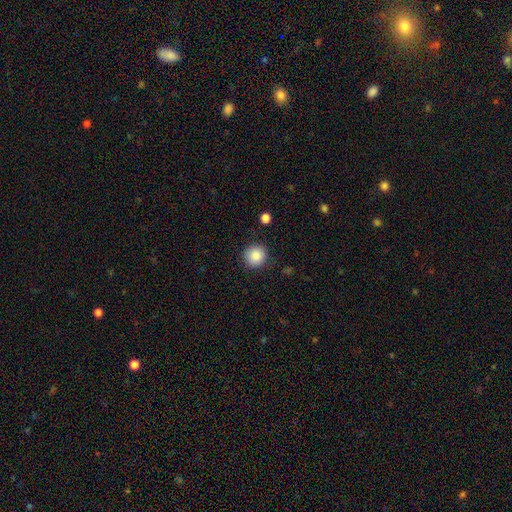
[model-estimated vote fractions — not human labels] Smooth or featured: smooth — 87% (star or artifact — 9%)
How rounded: round — 92% (in between — 7%)
Merging: none — 88% (minor disturbance — 8%)